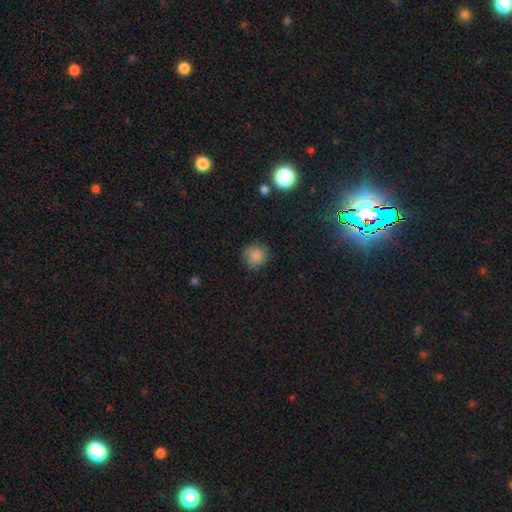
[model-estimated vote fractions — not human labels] The model was most divided on "merging": none: 80%, minor disturbance: 15%, major disturbance: 3%, merger: 2%. More confident: how rounded — round (90%); smooth or featured — smooth (84%).